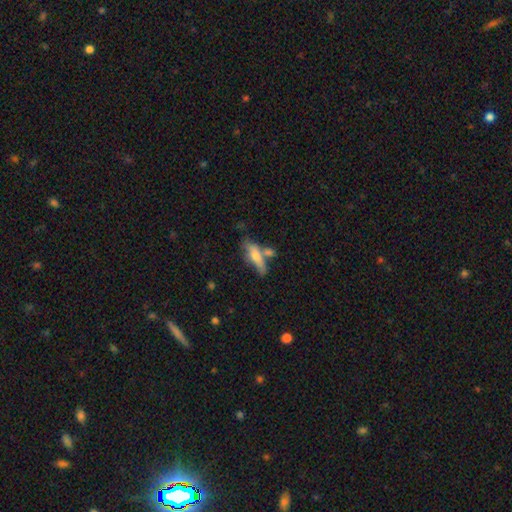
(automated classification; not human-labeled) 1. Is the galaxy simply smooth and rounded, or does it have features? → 58% smooth, 35% featured or disk, 7% star or artifact.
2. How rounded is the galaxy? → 62% cigar-shaped, 35% in between, 3% round.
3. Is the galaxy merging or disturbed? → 47% none, 26% merger, 19% minor disturbance, 8% major disturbance.